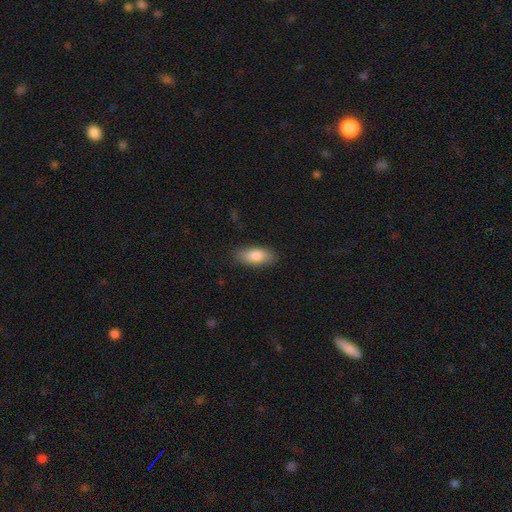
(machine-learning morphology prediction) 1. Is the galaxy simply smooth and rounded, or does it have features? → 85% smooth, 9% featured or disk, 6% star or artifact.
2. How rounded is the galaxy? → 85% in between, 12% cigar-shaped, 3% round.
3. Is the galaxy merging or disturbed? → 84% none, 12% minor disturbance, 3% major disturbance, 1% merger.